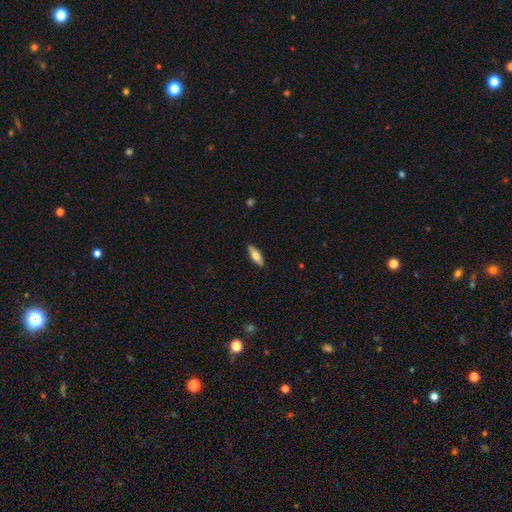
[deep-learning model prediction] The model was most divided on "how rounded": in between: 58%, cigar-shaped: 40%, round: 2%. More confident: merging — none (89%); smooth or featured — smooth (66%).